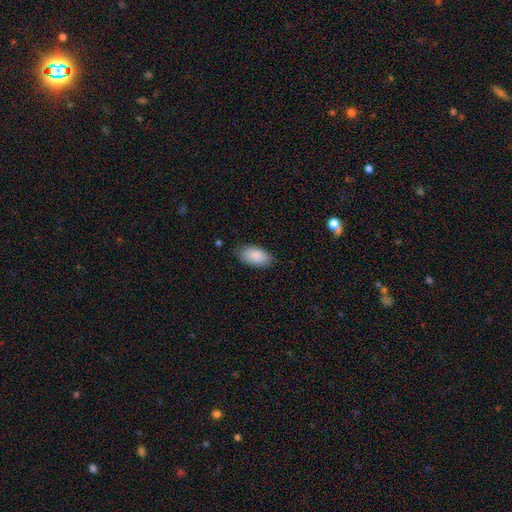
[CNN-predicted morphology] This is clearly a smooth galaxy (88%). How rounded: clearly in between (94%). Merging: likely none (78%).